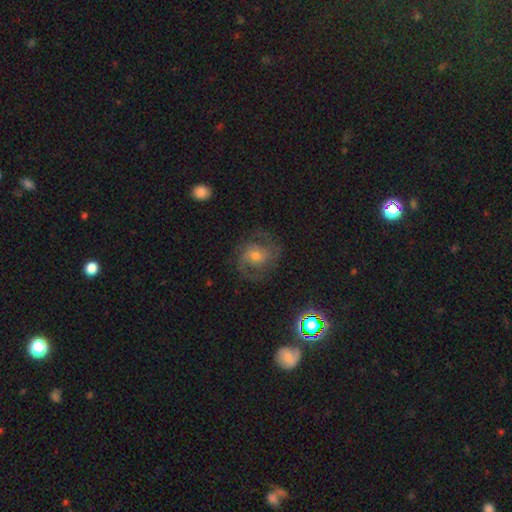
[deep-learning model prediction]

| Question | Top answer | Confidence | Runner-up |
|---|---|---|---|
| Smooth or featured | featured or disk | 80% | smooth (10%) |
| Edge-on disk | no | 98% | yes (2%) |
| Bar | no | 65% | weak (28%) |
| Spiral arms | yes | 96% | no (4%) |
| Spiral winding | medium | 50% | tight (37%) |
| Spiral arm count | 2 | 69% | 3 (12%) |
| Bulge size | moderate | 47% | tied: small (47%) |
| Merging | none | 76% | minor disturbance (14%) |